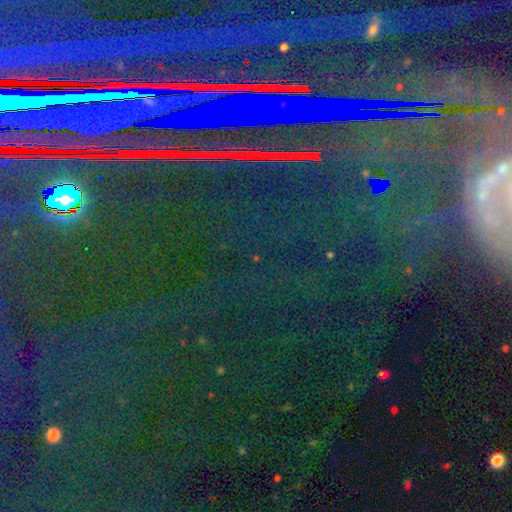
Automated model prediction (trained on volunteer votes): A star or artifact, not a galaxy (77%).

Vote fractions:
- Smooth or featured? star or artifact: 77% / featured or disk: 13% / smooth: 10%